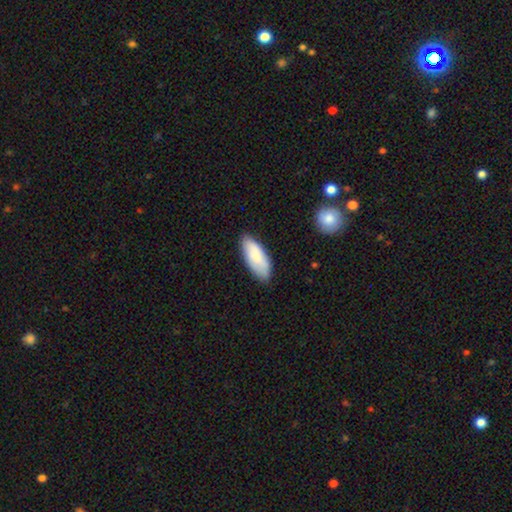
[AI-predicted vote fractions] Smooth or featured: smooth — 81% (featured or disk — 14%)
How rounded: in between — 84% (cigar-shaped — 15%)
Merging: none — 80% (minor disturbance — 16%)